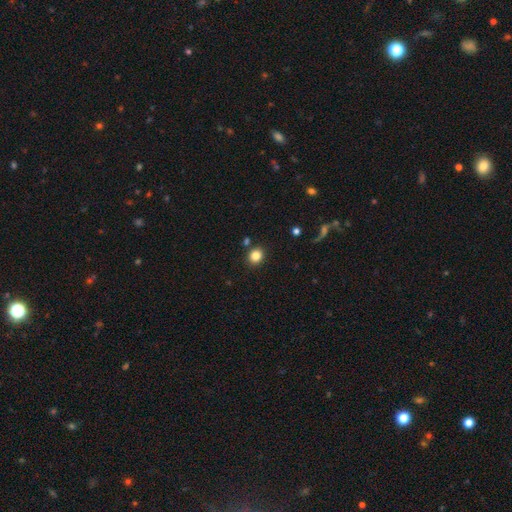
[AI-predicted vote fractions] Q: Smooth or featured?
A: smooth (84%); runner-up: star or artifact (11%)
Q: How rounded?
A: round (79%); runner-up: in between (20%)
Q: Merging?
A: none (86%); runner-up: minor disturbance (7%)